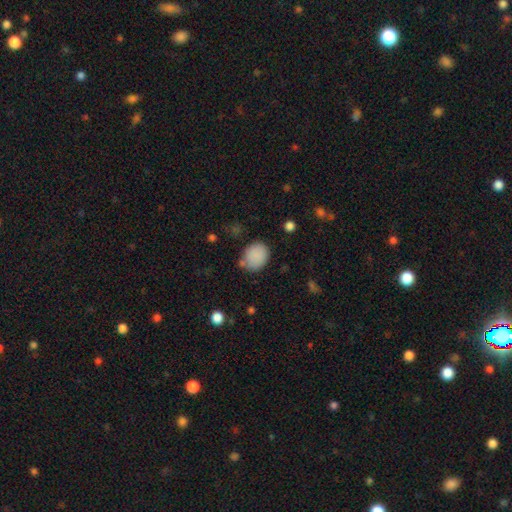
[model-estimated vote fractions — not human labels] Q: Smooth or featured?
A: smooth (87%); runner-up: star or artifact (8%)
Q: How rounded?
A: round (53%); runner-up: in between (47%)
Q: Merging?
A: none (72%); runner-up: minor disturbance (18%)